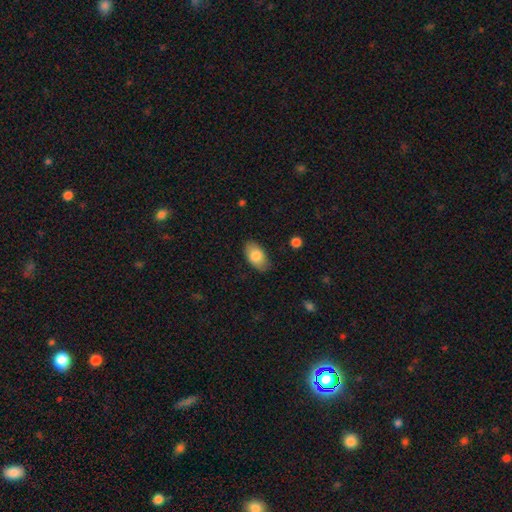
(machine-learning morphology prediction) smooth_or_featured: smooth (p=0.82) [alt: featured or disk p=0.12]
how_rounded: in between (p=0.93) [alt: round p=0.05]
merging: none (p=0.81) [alt: minor disturbance p=0.15]